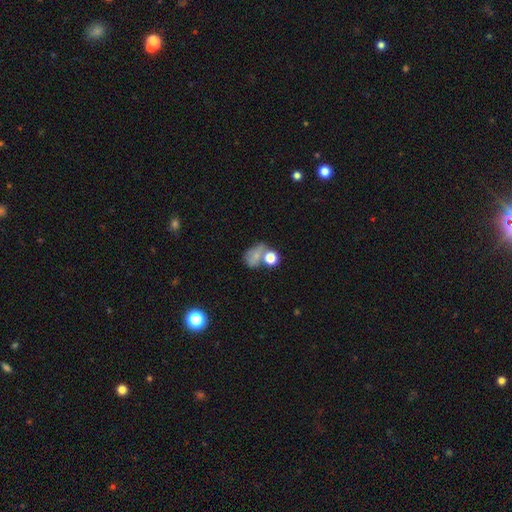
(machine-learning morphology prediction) This appears to be a smooth galaxy with no disk features (66%) that is round (49%, tied with in between). Merging: none (35%, tied with merger).